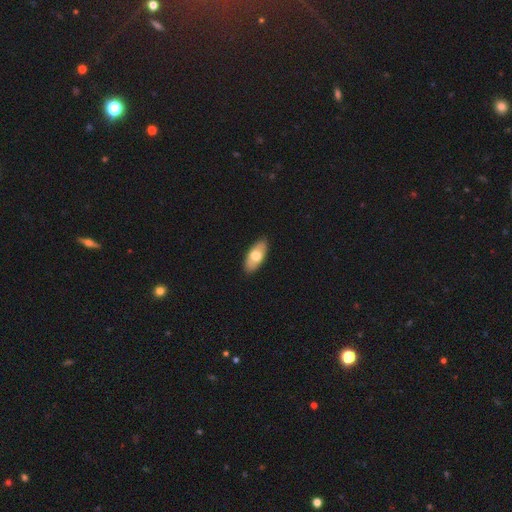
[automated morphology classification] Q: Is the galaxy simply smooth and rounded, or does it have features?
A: smooth — 66%.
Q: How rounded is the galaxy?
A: in between — 89%.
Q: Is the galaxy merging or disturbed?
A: none — 88%.